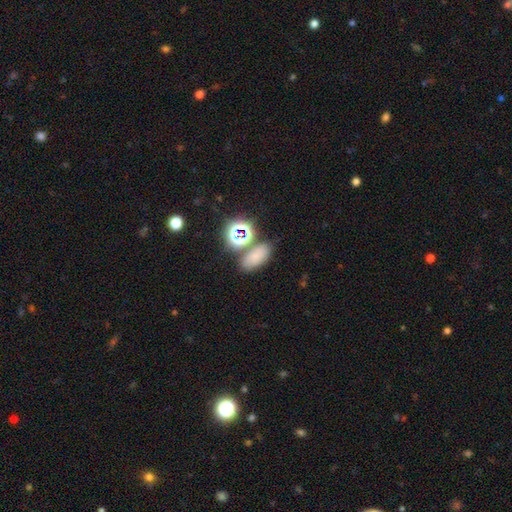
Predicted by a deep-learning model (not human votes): Overall: smooth (67%). How rounded: in between (76%). Merging: none (69%).